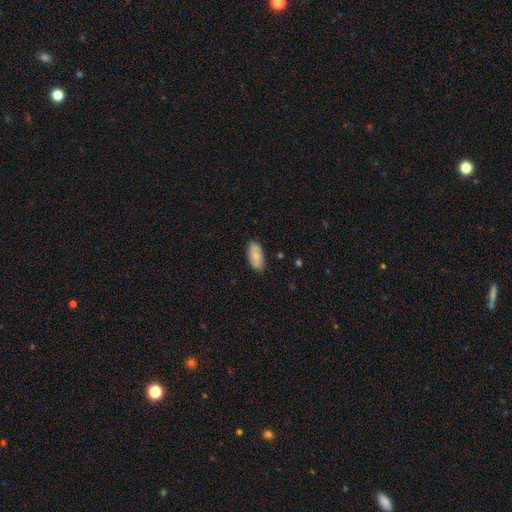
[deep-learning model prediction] smooth 75%, featured or disk 19%, star or artifact 6%. Down the decision tree: how rounded — in between (93%); merging — none (85%).